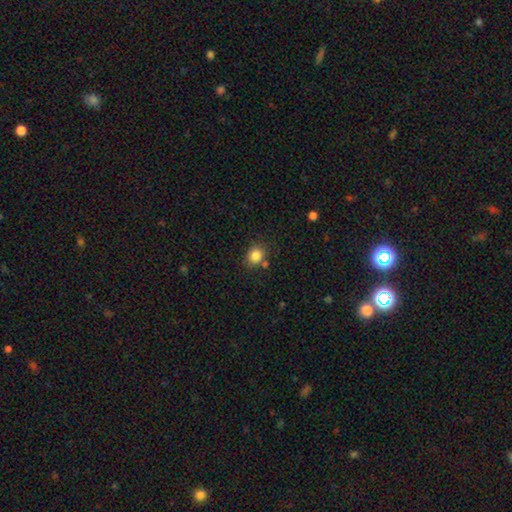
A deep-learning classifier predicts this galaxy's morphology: smooth_or_featured: smooth (p=0.84) [alt: star or artifact p=0.11]
how_rounded: round (p=0.67) [alt: in between p=0.32]
merging: none (p=0.75) [alt: minor disturbance p=0.13]